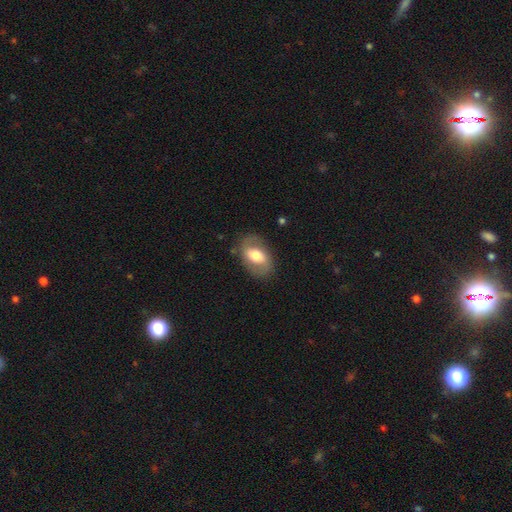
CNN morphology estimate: Q: Smooth or featured?
A: featured or disk (54%); runner-up: smooth (40%)
Q: Edge-on disk?
A: no (93%); runner-up: yes (7%)
Q: Merging?
A: none (78%); runner-up: minor disturbance (14%)